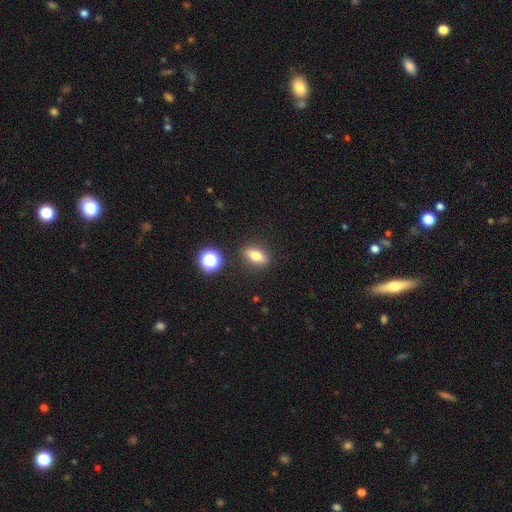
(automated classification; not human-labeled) smooth 74%, featured or disk 16%, star or artifact 11%. Down the decision tree: how rounded — in between (72%); merging — none (86%).